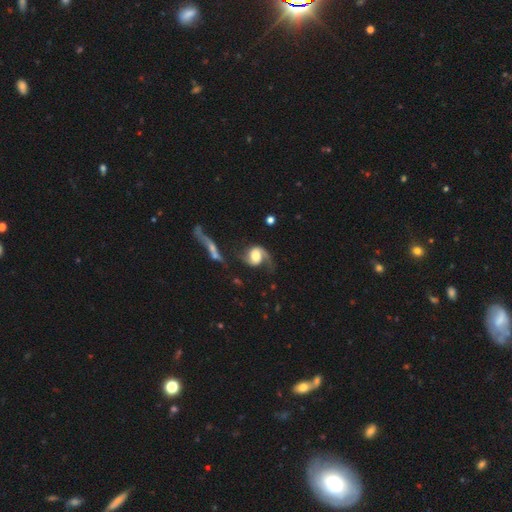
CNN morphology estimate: type=featured or disk (76%); edge-on=no (97%); bar=no (54%); spiral arms=yes (94%); winding=loose (53%); arm count=2 (65%); bulge=large (44%); merging=none (46%).